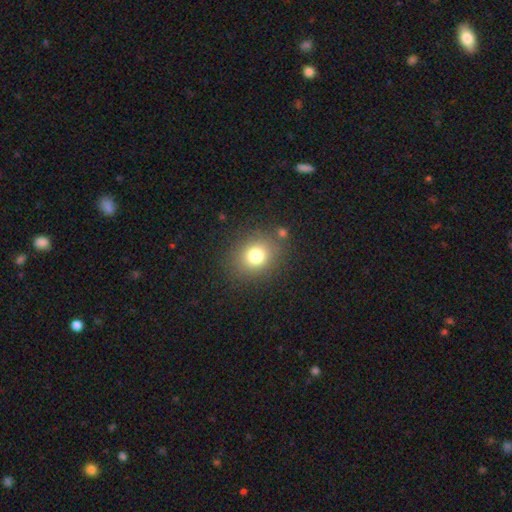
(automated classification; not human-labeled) Smooth or featured?
  - smooth: 76% *
  - star or artifact: 14%
  - featured or disk: 10%
How rounded?
  - round: 66% *
  - in between: 33%
  - cigar-shaped: 1%
Merging?
  - none: 83% *
  - minor disturbance: 9%
  - major disturbance: 4%
  - merger: 4%